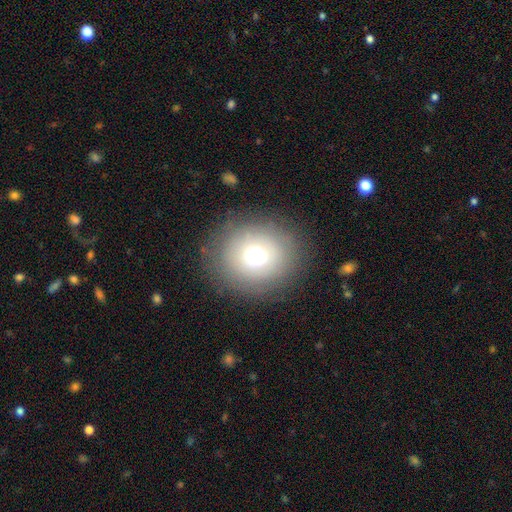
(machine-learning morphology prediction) Smooth or featured?
  - smooth: 67% *
  - featured or disk: 17%
  - star or artifact: 16%
How rounded?
  - round: 85% *
  - in between: 14%
  - cigar-shaped: 1%
Merging?
  - none: 83% *
  - minor disturbance: 10%
  - major disturbance: 5%
  - merger: 1%